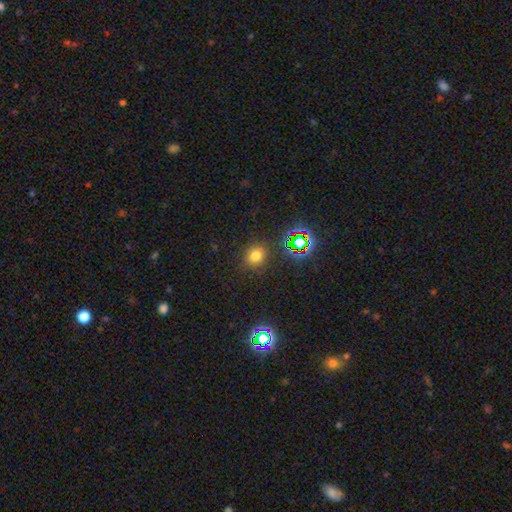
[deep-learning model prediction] This appears to be a smooth galaxy with no disk features (68%) that is round (73%). Merging: none (83%).